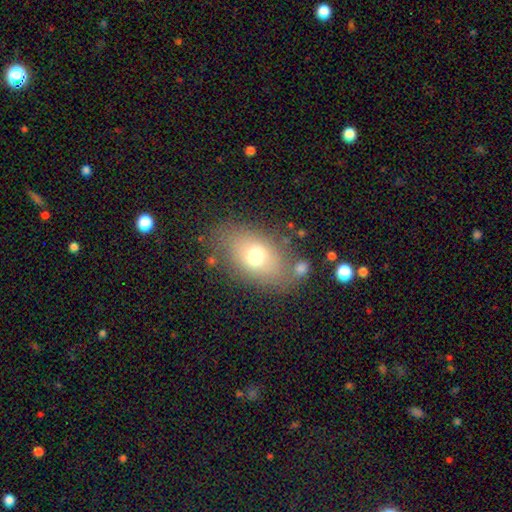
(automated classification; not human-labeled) A smooth galaxy with no disk features (69%) that is in between round and cigar-shaped (85%). Merging: none (71%).